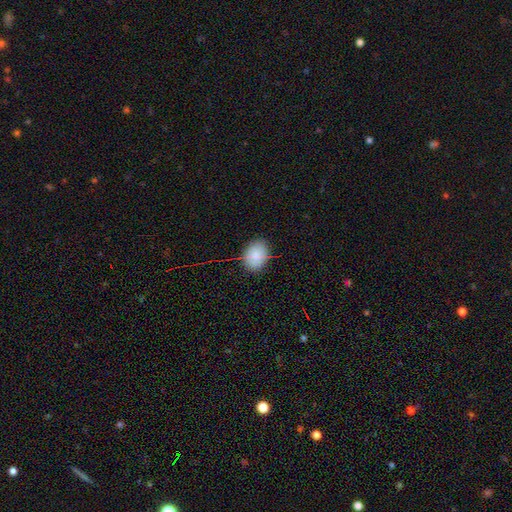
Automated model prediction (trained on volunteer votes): A smooth galaxy with no disk features (86%) that is in between round and cigar-shaped (73%).

Vote fractions:
- Smooth or featured? smooth: 86% / star or artifact: 7% / featured or disk: 7%
- How rounded? in between: 73% / round: 26% / cigar-shaped: 1%
- Merging? none: 83% / minor disturbance: 13% / major disturbance: 3% / merger: 1%